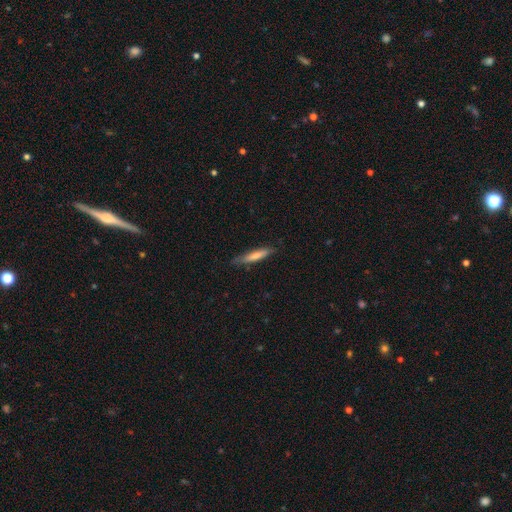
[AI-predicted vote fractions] Q: Smooth or featured?
A: smooth (69%); runner-up: featured or disk (25%)
Q: How rounded?
A: cigar-shaped (88%); runner-up: in between (11%)
Q: Merging?
A: none (78%); runner-up: minor disturbance (18%)